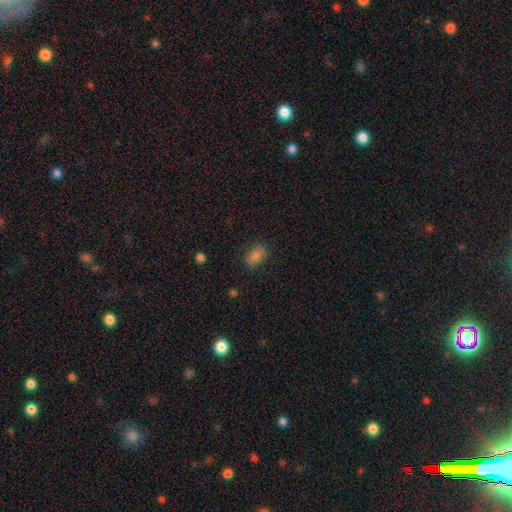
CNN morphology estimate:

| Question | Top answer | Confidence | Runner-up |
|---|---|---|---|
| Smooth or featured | smooth | 79% | star or artifact (13%) |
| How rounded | in between | 83% | round (15%) |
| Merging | none | 84% | minor disturbance (13%) |